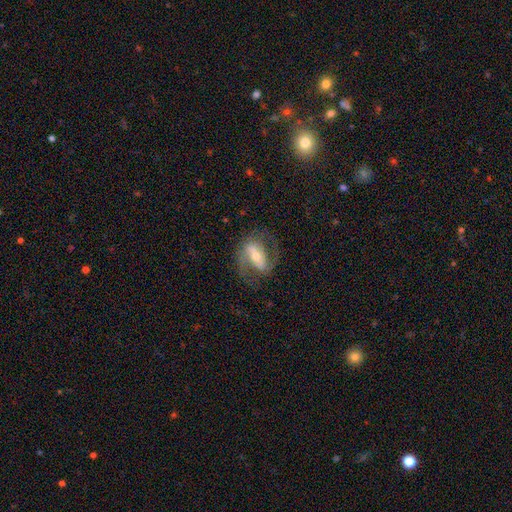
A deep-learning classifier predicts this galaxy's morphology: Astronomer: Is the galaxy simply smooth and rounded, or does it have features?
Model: featured or disk — 78%.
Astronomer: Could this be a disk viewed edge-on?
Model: no — 93%.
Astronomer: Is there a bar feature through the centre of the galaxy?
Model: strong — 57%.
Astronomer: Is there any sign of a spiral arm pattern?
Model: yes — 87%.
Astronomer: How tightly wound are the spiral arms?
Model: medium — 51%.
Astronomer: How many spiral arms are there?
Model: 2 — 86%.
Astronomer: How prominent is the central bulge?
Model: moderate — 53% (runner-up: small, 39%).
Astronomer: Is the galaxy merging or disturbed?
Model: none — 68%.